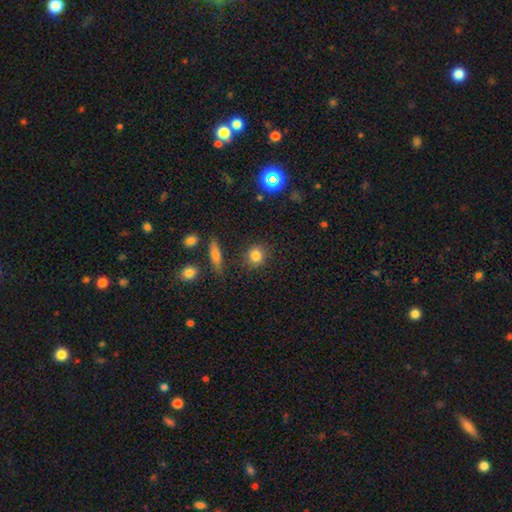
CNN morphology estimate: Smooth or featured? smooth (82%)
How rounded? round (80%)
Merging? none (85%)